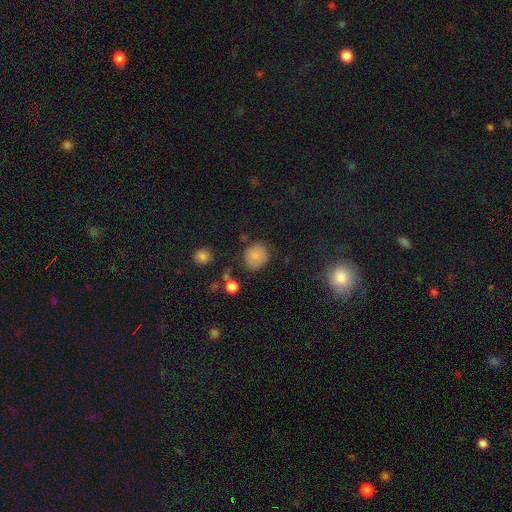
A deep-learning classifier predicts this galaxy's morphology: This is clearly a smooth galaxy (82%). How rounded: likely round (79%). Merging: likely none (75%).